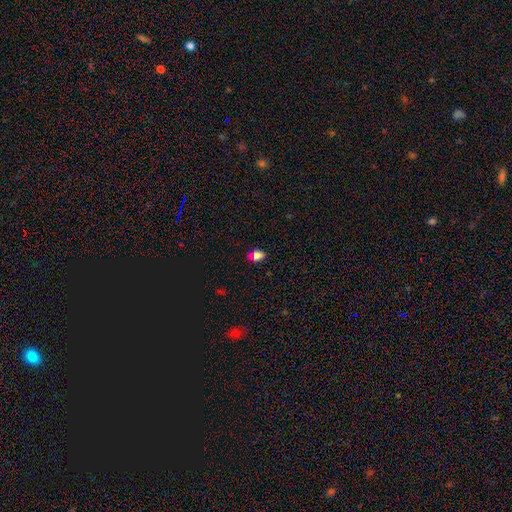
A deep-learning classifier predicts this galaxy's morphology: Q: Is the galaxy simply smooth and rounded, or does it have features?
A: smooth — 79%.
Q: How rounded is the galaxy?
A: in between — 75%.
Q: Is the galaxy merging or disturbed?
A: none — 81%.